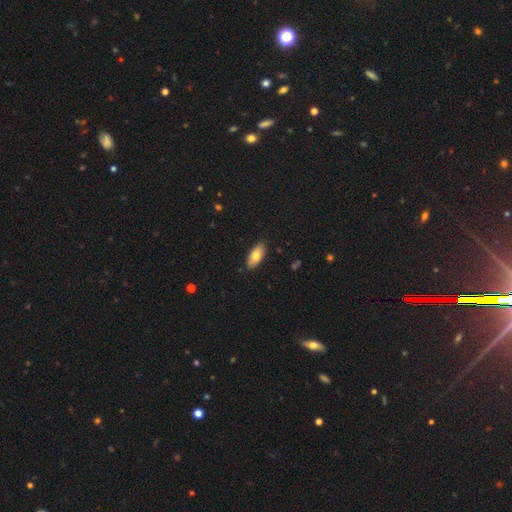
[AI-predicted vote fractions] Overall: smooth (74%). How rounded: in between (89%). Merging: none (86%).